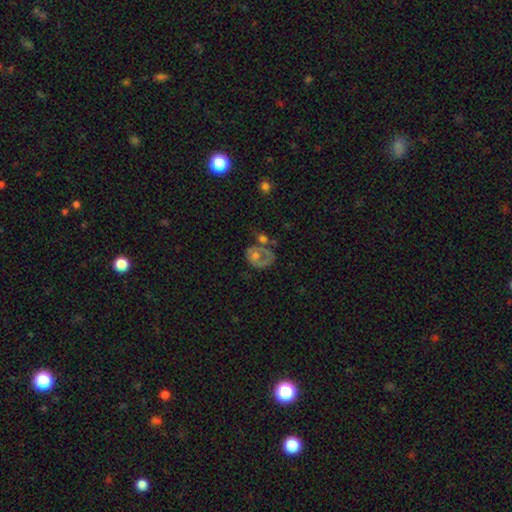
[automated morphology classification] type=featured or disk (53%); edge-on=no (97%); bar=no (87%); spiral arms=no (71%); bulge=moderate (55%); merging=none (33%).